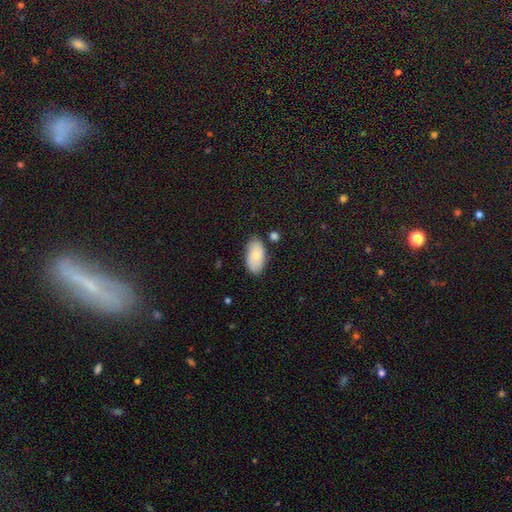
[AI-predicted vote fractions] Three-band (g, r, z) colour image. It shows a smooth galaxy with no disk features (77%) that is in between round and cigar-shaped (95%). Merging: none (76%).